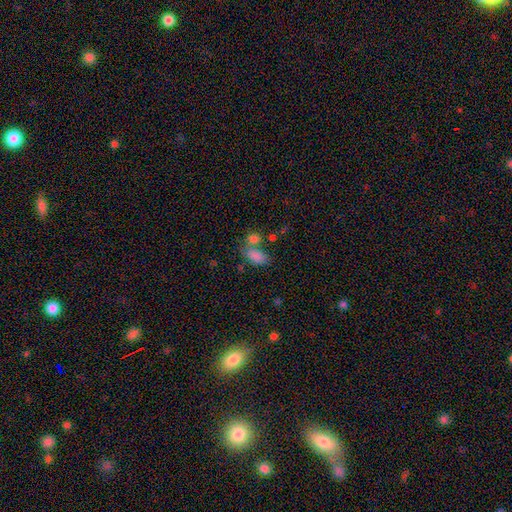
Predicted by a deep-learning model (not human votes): A smooth galaxy with no disk features (82%) that is in between round and cigar-shaped (90%).

Vote fractions:
- Smooth or featured? smooth: 82% / star or artifact: 10% / featured or disk: 8%
- How rounded? in between: 90% / round: 6% / cigar-shaped: 4%
- Merging? none: 45% / merger: 34% / minor disturbance: 15% / major disturbance: 7%